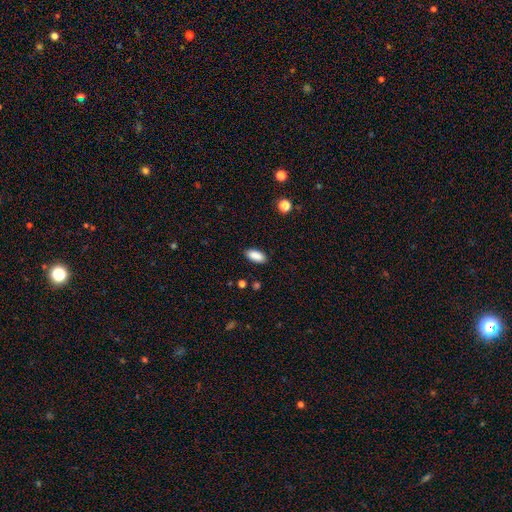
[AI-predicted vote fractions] Smooth or featured: smooth — 89% (star or artifact — 7%)
How rounded: in between — 91% (cigar-shaped — 7%)
Merging: none — 88% (minor disturbance — 9%)